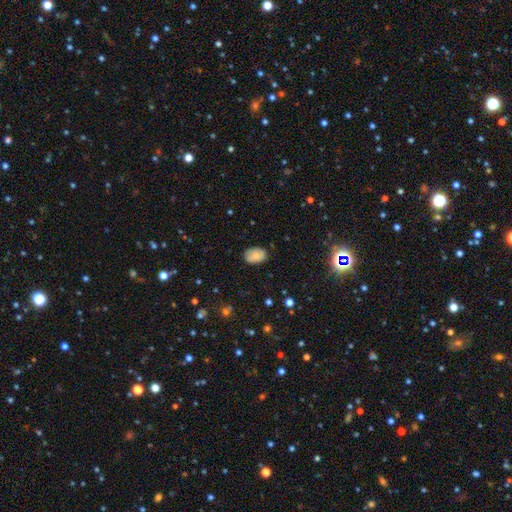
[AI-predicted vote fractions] smooth_or_featured: smooth (p=0.76) [alt: featured or disk p=0.15]
how_rounded: in between (p=0.84) [alt: round p=0.14]
merging: none (p=0.76) [alt: minor disturbance p=0.19]